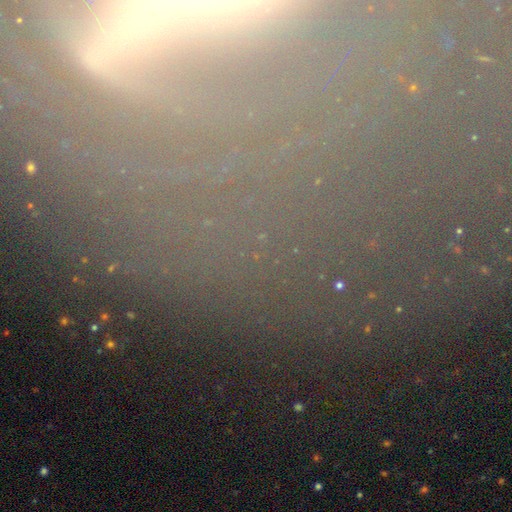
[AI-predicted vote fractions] Smooth or featured?
  - star or artifact: 52% *
  - featured or disk: 29%
  - smooth: 18%